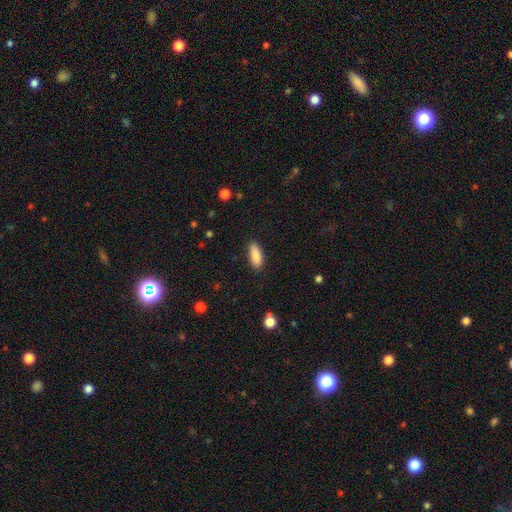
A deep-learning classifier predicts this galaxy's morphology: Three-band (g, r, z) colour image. It shows a smooth galaxy with no disk features (87%) that is in between round and cigar-shaped (69%). Merging: none (86%).